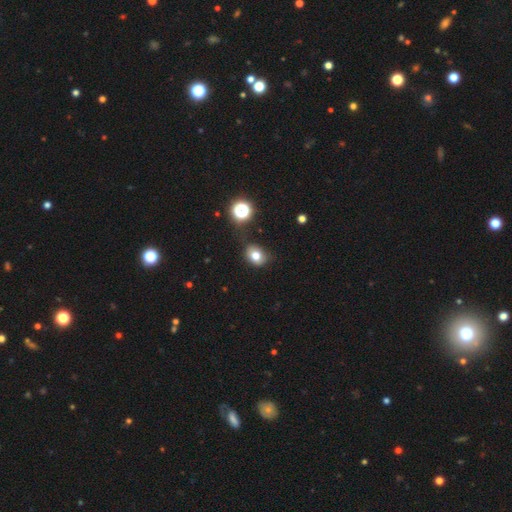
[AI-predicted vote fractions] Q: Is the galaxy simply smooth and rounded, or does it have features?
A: smooth — 75%.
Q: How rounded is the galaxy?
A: in between — 51%.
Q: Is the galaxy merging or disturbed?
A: none — 69%.